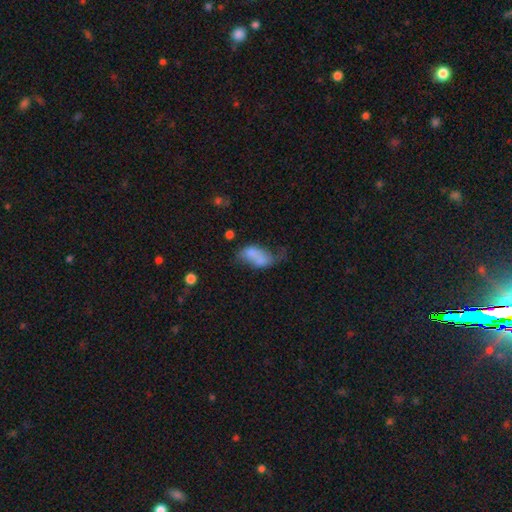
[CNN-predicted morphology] smooth_or_featured: smooth (p=0.63) [alt: featured or disk p=0.27]
how_rounded: in between (p=0.91) [alt: round p=0.06]
merging: major disturbance (p=0.29) [alt: merger p=0.24]